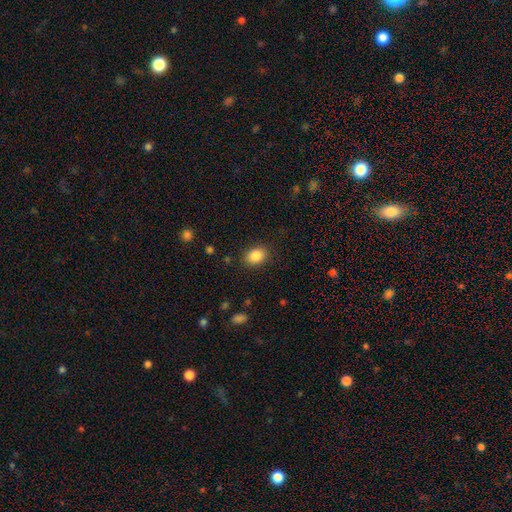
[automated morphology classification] The model was most divided on "how rounded": in between: 74%, round: 25%, cigar-shaped: 1%. More confident: smooth or featured — smooth (87%); merging — none (86%).